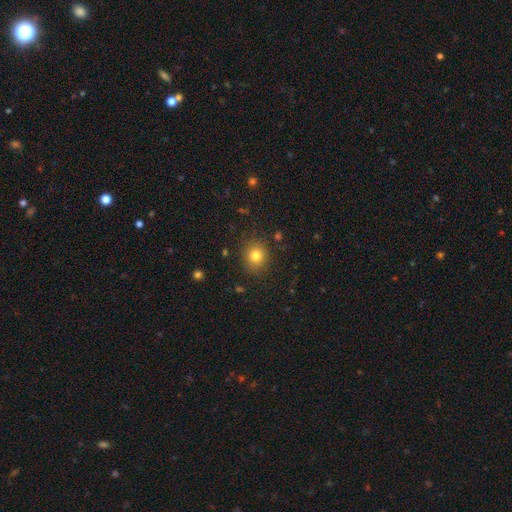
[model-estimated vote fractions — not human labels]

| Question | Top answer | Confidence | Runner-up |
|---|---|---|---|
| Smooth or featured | smooth | 79% | star or artifact (13%) |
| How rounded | round | 80% | in between (19%) |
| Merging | none | 87% | minor disturbance (9%) |